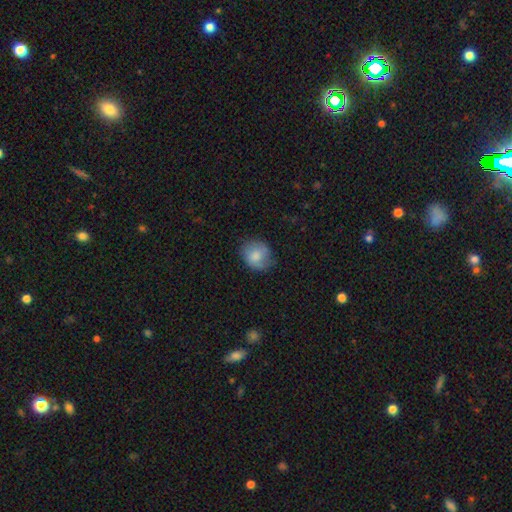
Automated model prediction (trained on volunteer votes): A smooth galaxy with no disk features (77%) that is round (68%).

Vote fractions:
- Smooth or featured? smooth: 77% / featured or disk: 16% / star or artifact: 7%
- How rounded? round: 68% / in between: 31% / cigar-shaped: 1%
- Merging? none: 68% / minor disturbance: 24% / major disturbance: 7% / merger: 1%